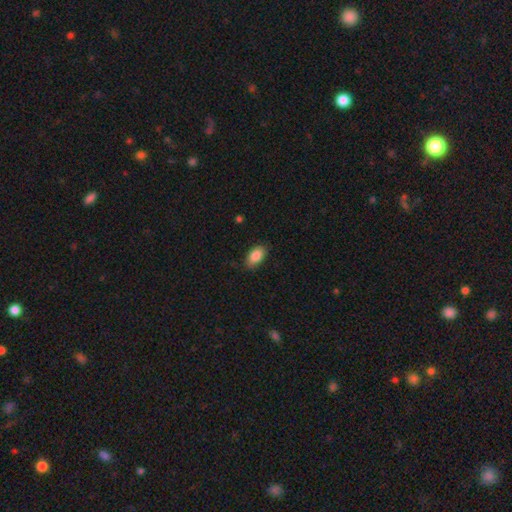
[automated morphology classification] smooth 88%, star or artifact 7%, featured or disk 5%. Down the decision tree: how rounded — in between (93%); merging — none (85%).